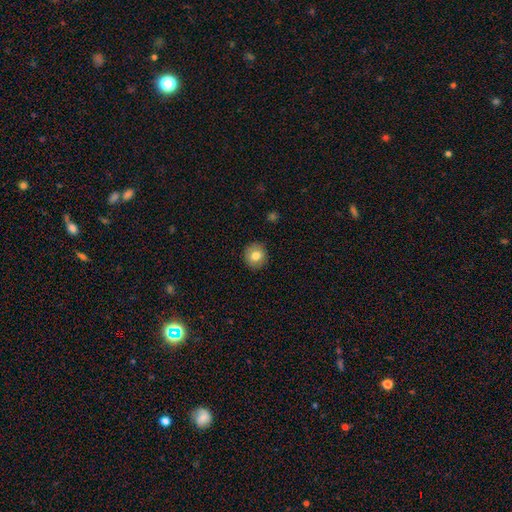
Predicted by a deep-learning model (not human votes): This is likely a smooth galaxy (79%). How rounded: clearly round (91%). Merging: clearly none (91%).